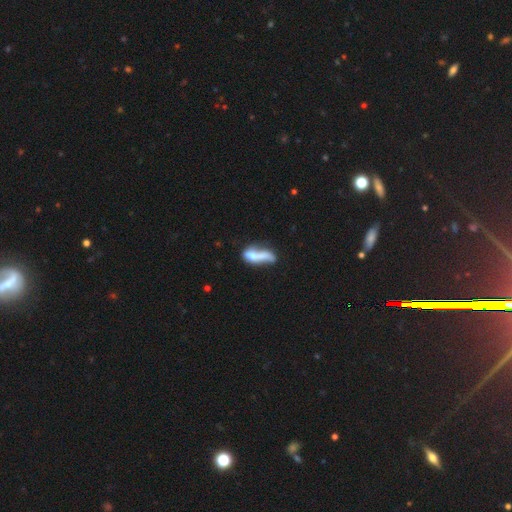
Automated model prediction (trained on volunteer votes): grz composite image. It shows a smooth galaxy with no disk features (53%) that is in between round and cigar-shaped (58%). Merging: merger (46%).